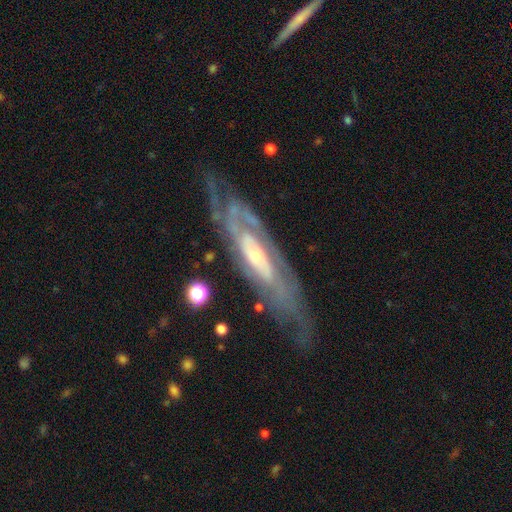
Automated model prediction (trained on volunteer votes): This appears to be a featured or disk galaxy (87%) with no bar (52%), tight (68%) spiral arms (94%) and a small central bulge (58%). Merging: none (73%).